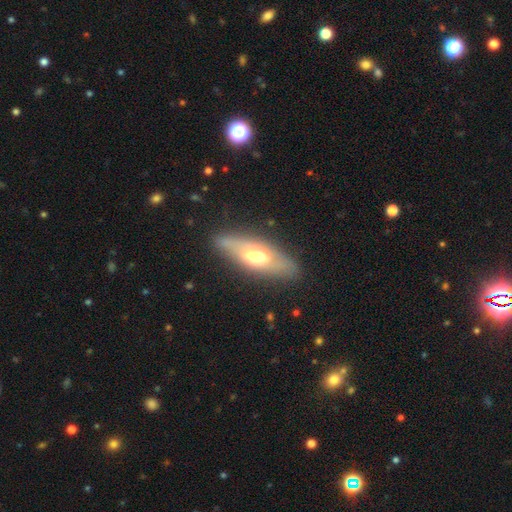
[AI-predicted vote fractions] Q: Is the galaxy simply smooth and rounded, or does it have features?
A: featured or disk — 49%.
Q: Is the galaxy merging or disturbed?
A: none — 81%.